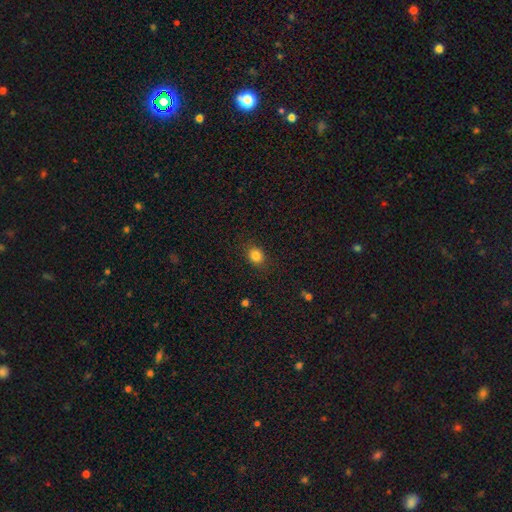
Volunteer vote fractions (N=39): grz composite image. It shows a smooth galaxy with no disk features (95%) that is round (78%). Merging: none (84%).